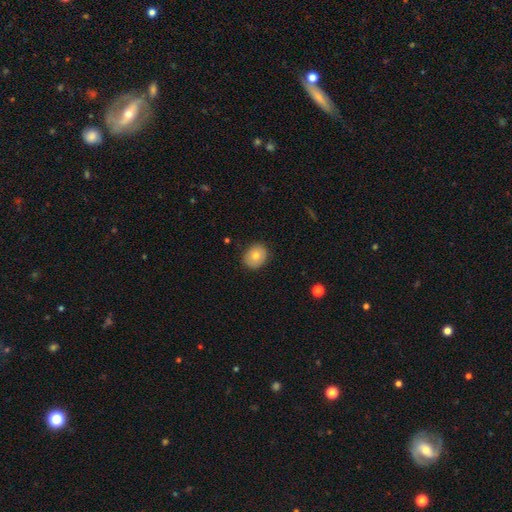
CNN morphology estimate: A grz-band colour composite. It shows a smooth galaxy with no disk features (75%) that is round (62%). Merging: none (86%).